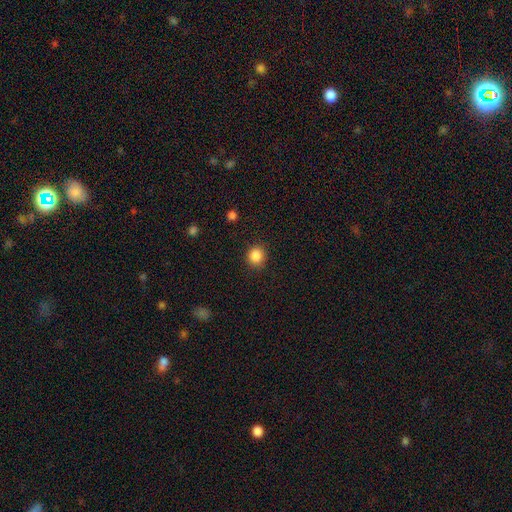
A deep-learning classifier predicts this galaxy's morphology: smooth_or_featured: smooth (p=0.86) [alt: star or artifact p=0.10]
how_rounded: round (p=0.86) [alt: in between p=0.13]
merging: none (p=0.89) [alt: minor disturbance p=0.07]